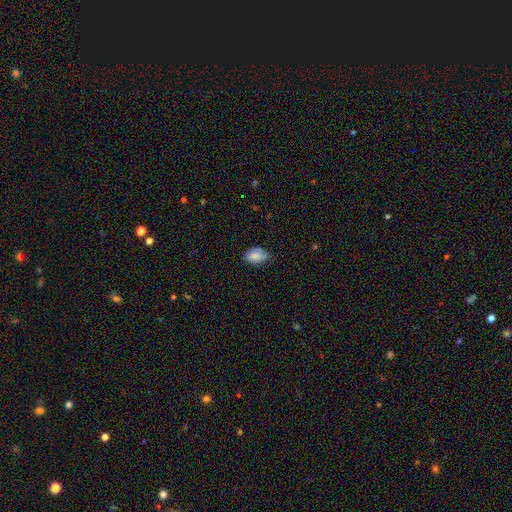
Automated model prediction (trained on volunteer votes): Smooth or featured? smooth (81%)
How rounded? in between (90%)
Merging? none (58%)